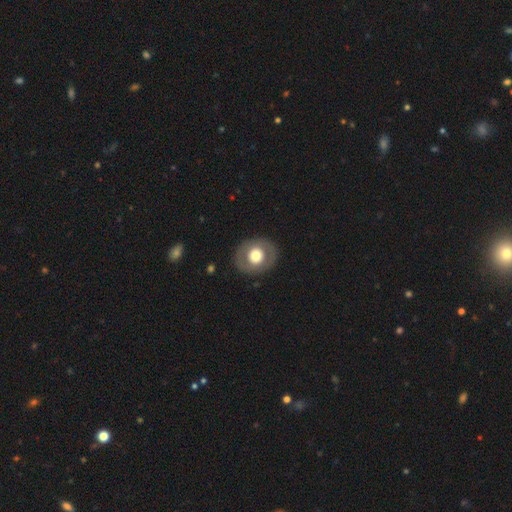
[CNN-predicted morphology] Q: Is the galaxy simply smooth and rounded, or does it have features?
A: smooth — 56%.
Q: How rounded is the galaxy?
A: round — 72%.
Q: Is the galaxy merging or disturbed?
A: none — 86%.